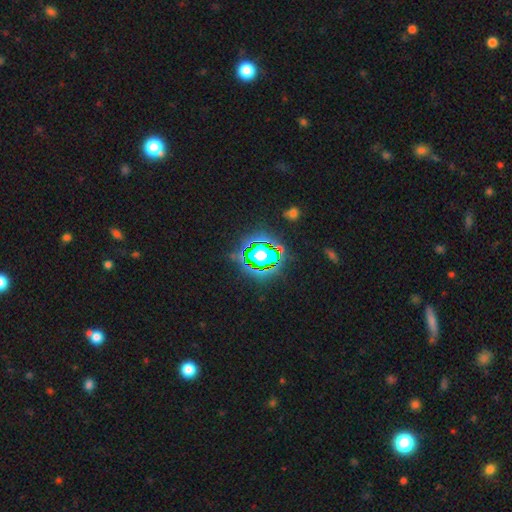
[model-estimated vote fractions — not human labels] The model was most divided on "smooth or featured": star or artifact: 77%, smooth: 14%, featured or disk: 9%.